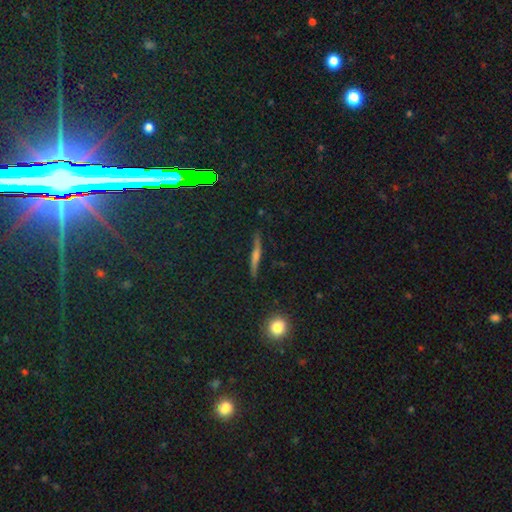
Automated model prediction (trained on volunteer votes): featured or disk 54%, smooth 24%, star or artifact 22%. Down the decision tree: edge-on disk — yes (94%); edge-on bulge — rounded (63%); merging — none (89%).